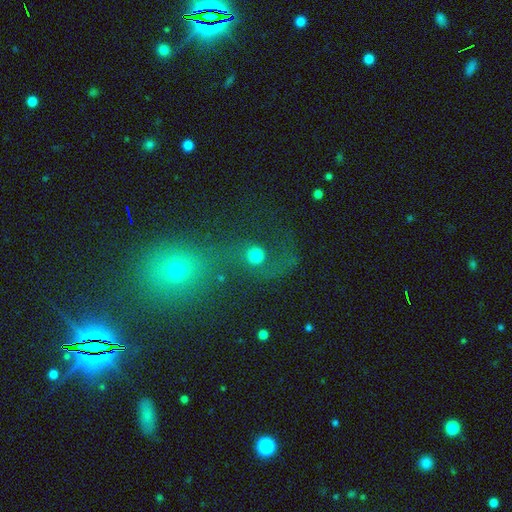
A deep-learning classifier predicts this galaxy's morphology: This is possibly a smooth galaxy (54%). How rounded: clearly round (90%). Merging: possibly none (48%).